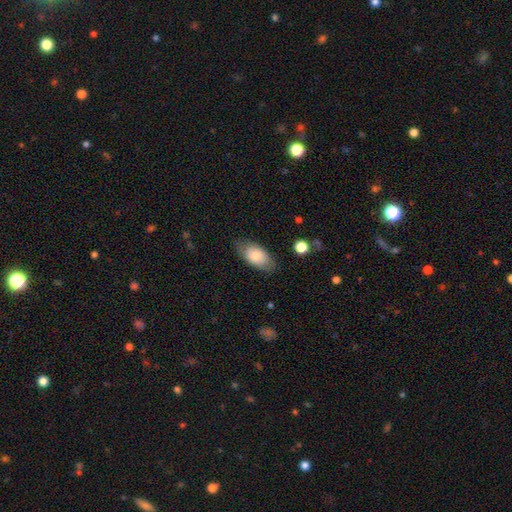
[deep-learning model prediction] smooth_or_featured: smooth (p=0.76) [alt: featured or disk p=0.17]
how_rounded: in between (p=0.92) [alt: round p=0.05]
merging: none (p=0.77) [alt: minor disturbance p=0.17]